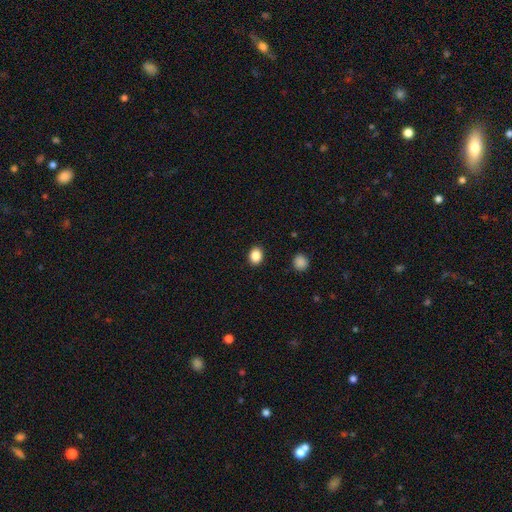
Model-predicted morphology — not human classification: smooth-or-featured: smooth: 87% | star or artifact: 10% | featured or disk: 4%
  how-rounded: in between: 50% | round: 49% | cigar-shaped: 1%
  merging: none: 90% | minor disturbance: 7% | major disturbance: 2% | merger: 1%